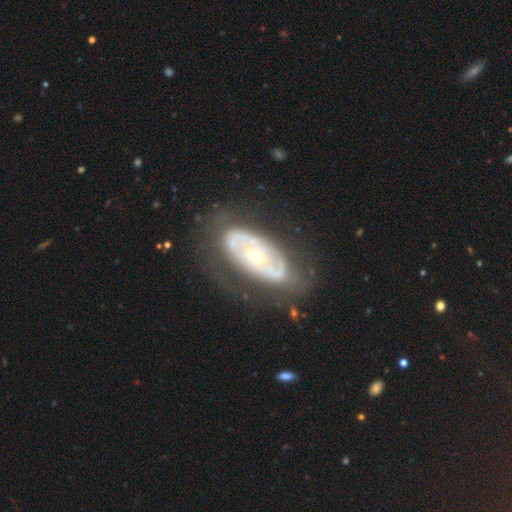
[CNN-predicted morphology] Smooth or featured? featured or disk (77%)
Edge-on disk? no (91%)
Bar? no (78%)
Spiral arms? no (52%)
Bulge size? small (54%)
Merging? none (68%)